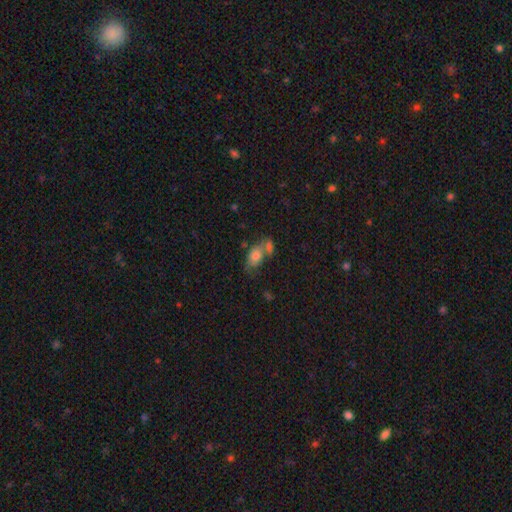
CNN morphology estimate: A smooth galaxy with no disk features (71%) that is in between round and cigar-shaped (82%). Merging: merger (40%).